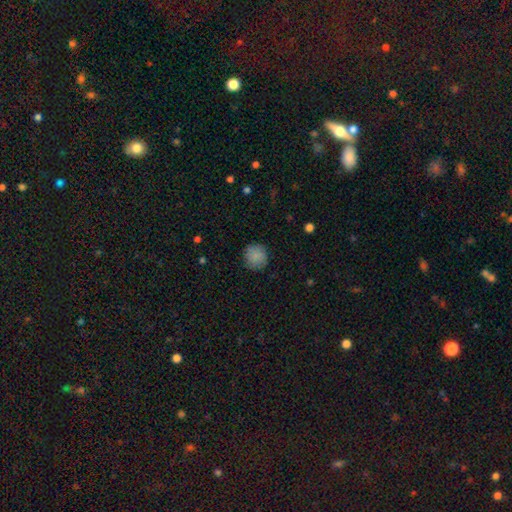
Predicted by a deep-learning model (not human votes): The model was most divided on "merging": none: 85%, minor disturbance: 11%, major disturbance: 3%, merger: 1%. More confident: how rounded — round (92%); smooth or featured — smooth (87%).